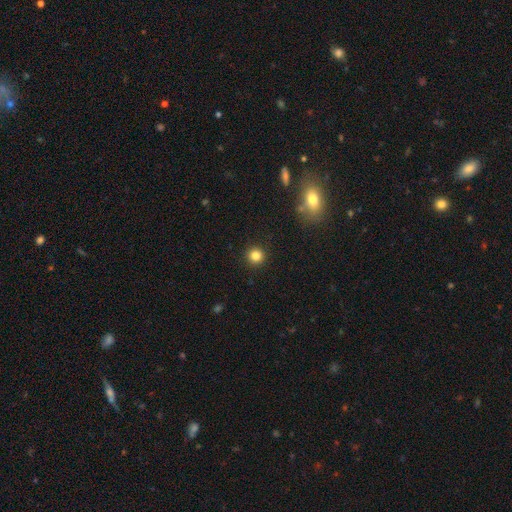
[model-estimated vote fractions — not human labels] This appears to be a smooth galaxy with no disk features (83%) that is round (95%). Merging: none (92%).